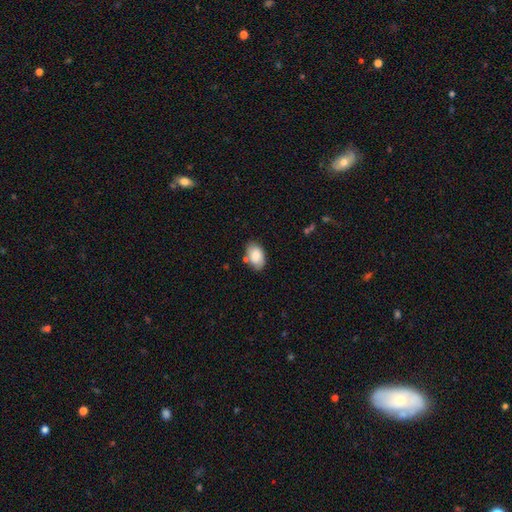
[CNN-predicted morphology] smooth_or_featured: smooth (p=0.82) [alt: featured or disk p=0.11]
how_rounded: in between (p=0.92) [alt: round p=0.07]
merging: none (p=0.72) [alt: minor disturbance p=0.19]